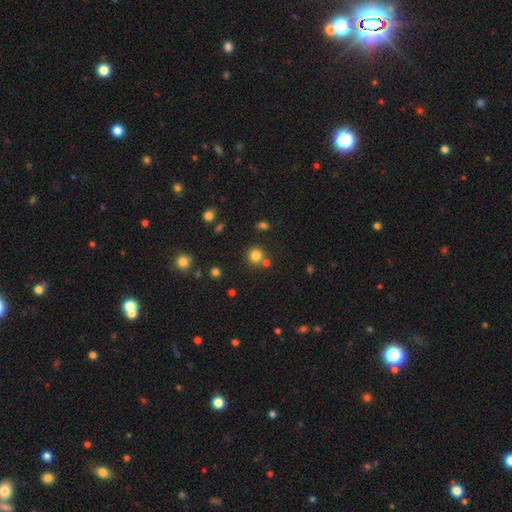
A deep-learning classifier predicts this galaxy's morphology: type=smooth (79%); roundness=round (92%); merging=none (73%).